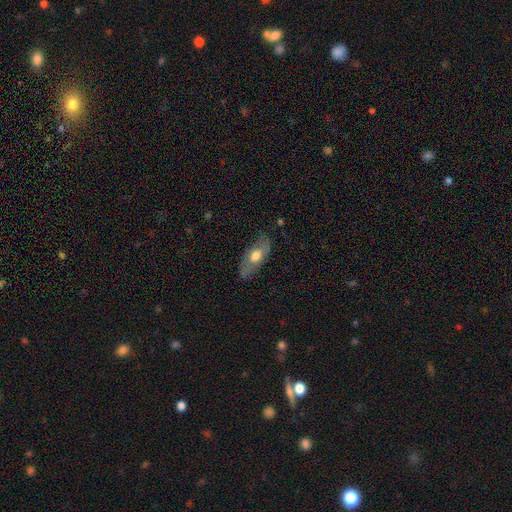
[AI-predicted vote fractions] Smooth or featured? Predicted: smooth (p=0.52). How rounded? Predicted: in between (p=0.81). Merging? Predicted: none (p=0.73).